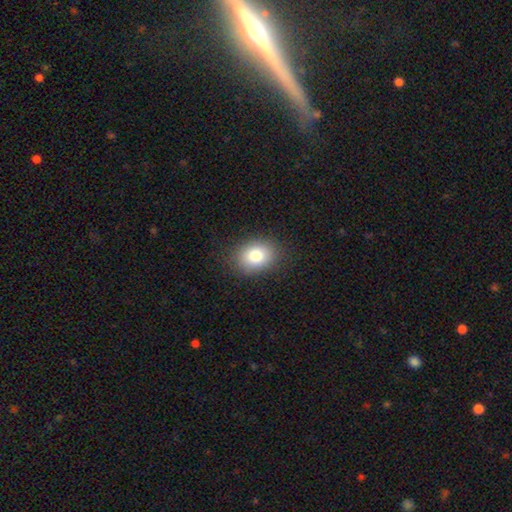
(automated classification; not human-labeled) A smooth galaxy with no disk features (82%) that is in between round and cigar-shaped (61%).

Vote fractions:
- Smooth or featured? smooth: 82% / star or artifact: 10% / featured or disk: 9%
- How rounded? in between: 61% / round: 38% / cigar-shaped: 1%
- Merging? none: 86% / minor disturbance: 10% / major disturbance: 3% / merger: 1%